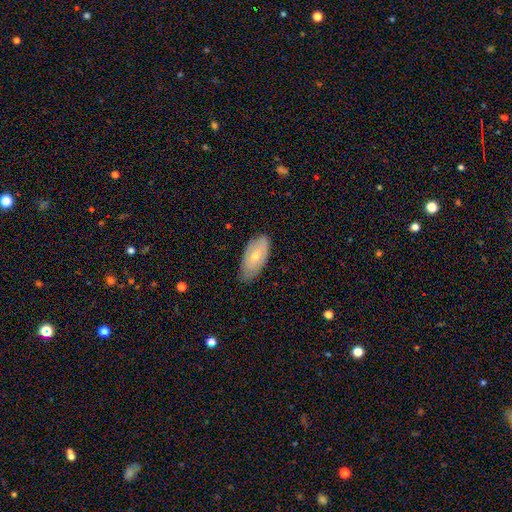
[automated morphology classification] A smooth galaxy with no disk features (60%) that is in between round and cigar-shaped (91%). Merging: none (75%).